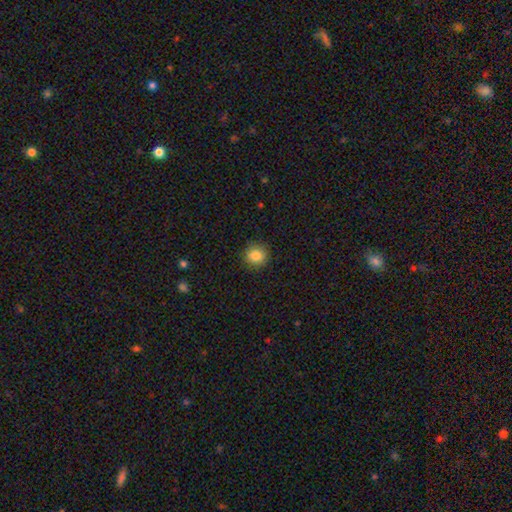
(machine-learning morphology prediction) Q: Smooth or featured?
A: smooth (84%); runner-up: star or artifact (10%)
Q: How rounded?
A: round (89%); runner-up: in between (10%)
Q: Merging?
A: none (90%); runner-up: minor disturbance (7%)